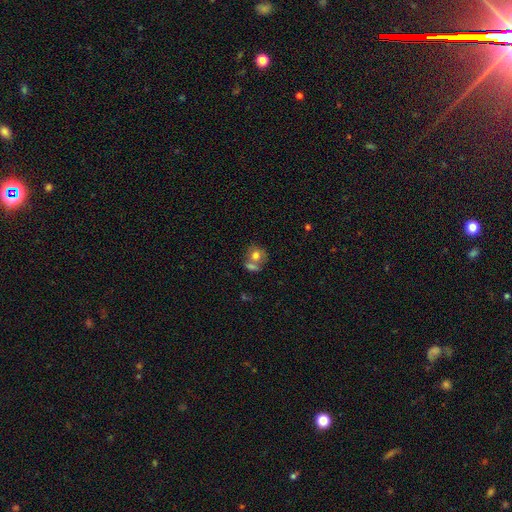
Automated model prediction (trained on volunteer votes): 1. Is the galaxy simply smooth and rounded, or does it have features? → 71% smooth, 20% featured or disk, 9% star or artifact.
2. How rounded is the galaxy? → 72% round, 26% in between, 1% cigar-shaped.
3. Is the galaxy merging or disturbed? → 45% merger, 37% none, 12% minor disturbance, 6% major disturbance.